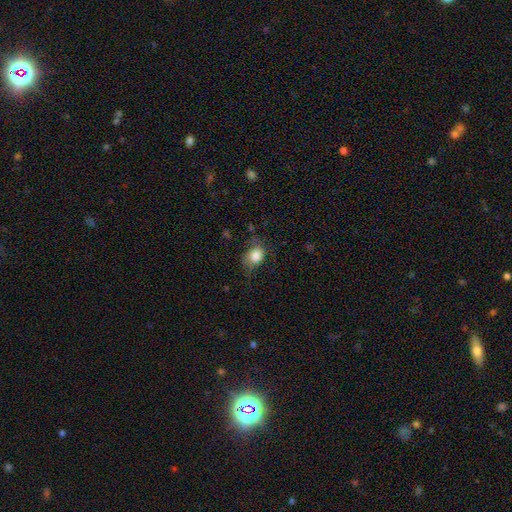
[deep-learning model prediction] Smooth or featured? smooth (82%)
How rounded? in between (57%)
Merging? none (52%)